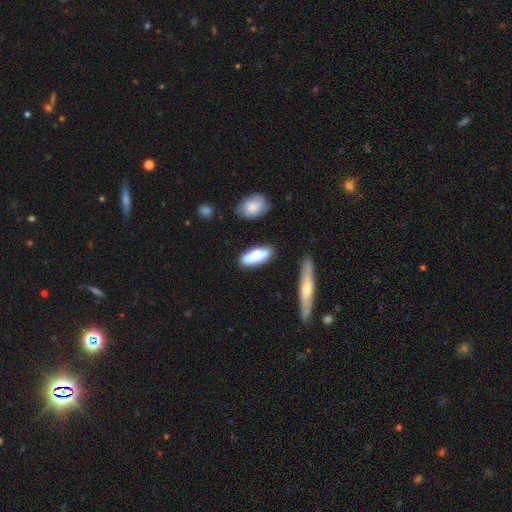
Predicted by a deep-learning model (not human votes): Q: Smooth or featured?
A: smooth (73%); runner-up: featured or disk (21%)
Q: How rounded?
A: in between (61%); runner-up: cigar-shaped (37%)
Q: Merging?
A: none (75%); runner-up: minor disturbance (16%)